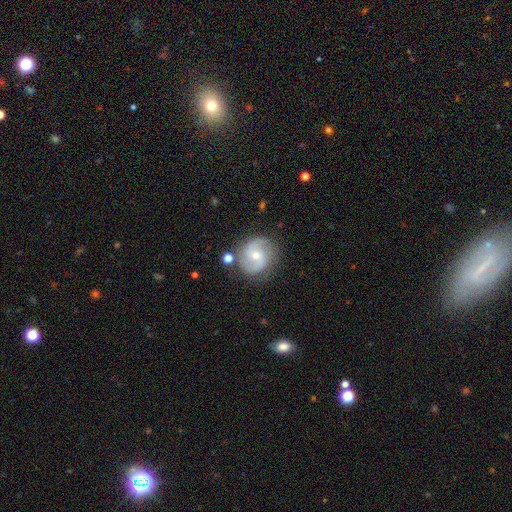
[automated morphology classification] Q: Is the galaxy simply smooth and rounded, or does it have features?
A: featured or disk — 79%.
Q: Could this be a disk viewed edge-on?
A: no — 98%.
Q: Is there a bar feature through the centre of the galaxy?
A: no — 53%.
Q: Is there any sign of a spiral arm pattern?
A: yes — 95%.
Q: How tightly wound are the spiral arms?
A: medium — 53%.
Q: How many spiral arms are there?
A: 2 — 87%.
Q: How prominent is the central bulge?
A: small — 57%.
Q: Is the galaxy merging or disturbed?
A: none — 78%.